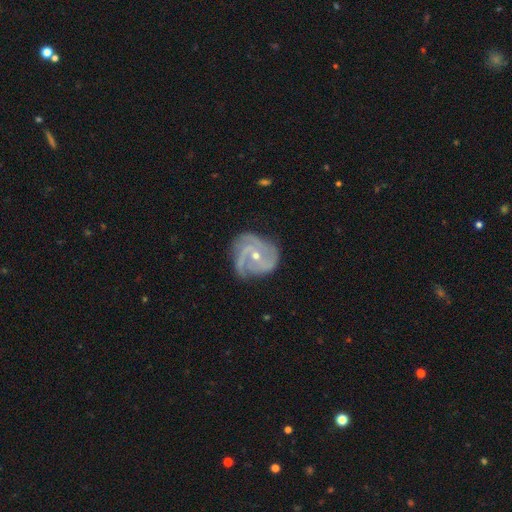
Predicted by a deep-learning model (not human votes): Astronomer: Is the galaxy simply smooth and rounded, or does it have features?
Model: featured or disk — 89%.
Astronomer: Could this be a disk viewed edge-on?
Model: no — 98%.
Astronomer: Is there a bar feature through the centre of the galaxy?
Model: no — 56% (runner-up: weak, 32%).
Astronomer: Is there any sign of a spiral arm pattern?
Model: yes — 97%.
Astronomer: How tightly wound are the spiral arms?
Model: tight — 47% (runner-up: medium, 43%).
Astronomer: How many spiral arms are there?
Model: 3 — 53%.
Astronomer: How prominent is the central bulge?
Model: small — 56% (runner-up: moderate, 41%).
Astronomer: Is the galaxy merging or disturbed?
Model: none — 65%.